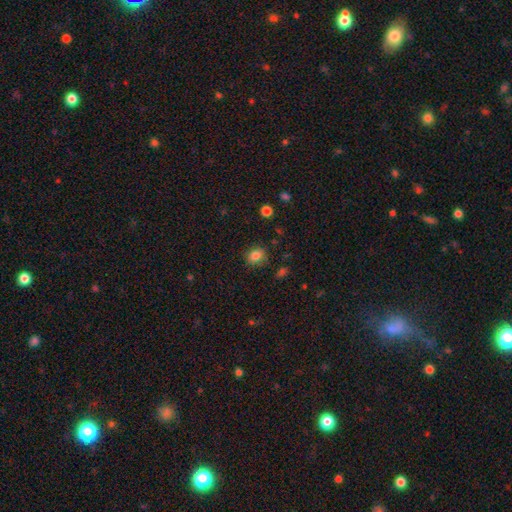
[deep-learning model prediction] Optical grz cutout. It shows a smooth galaxy with no disk features (82%) that is round (58%). Merging: none (82%).